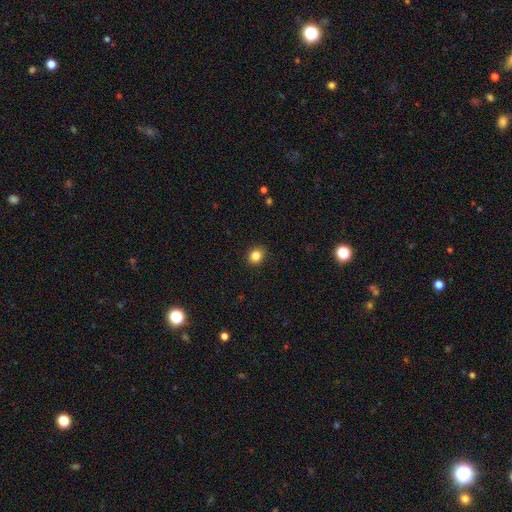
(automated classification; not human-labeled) Smooth or featured: smooth — 85% (star or artifact — 11%)
How rounded: round — 69% (in between — 30%)
Merging: none — 91% (minor disturbance — 6%)